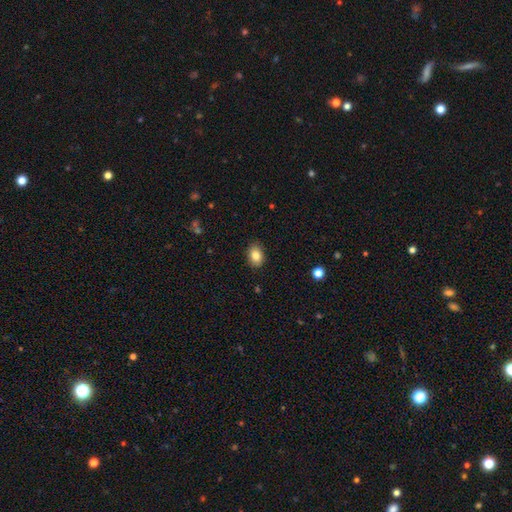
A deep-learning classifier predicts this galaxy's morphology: type=smooth (83%); roundness=in between (74%); merging=none (88%).